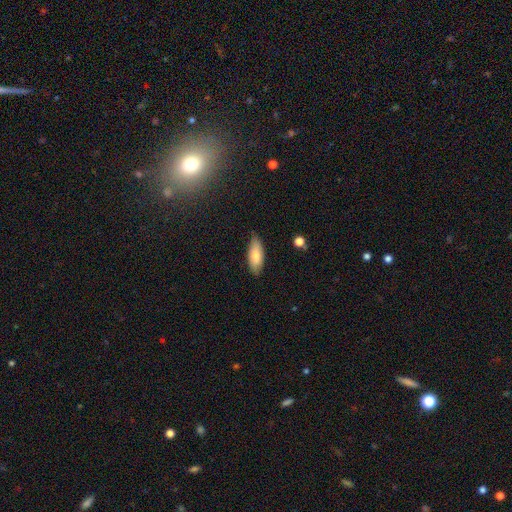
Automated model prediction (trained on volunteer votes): Smooth or featured? smooth (79%)
How rounded? in between (78%)
Merging? none (80%)